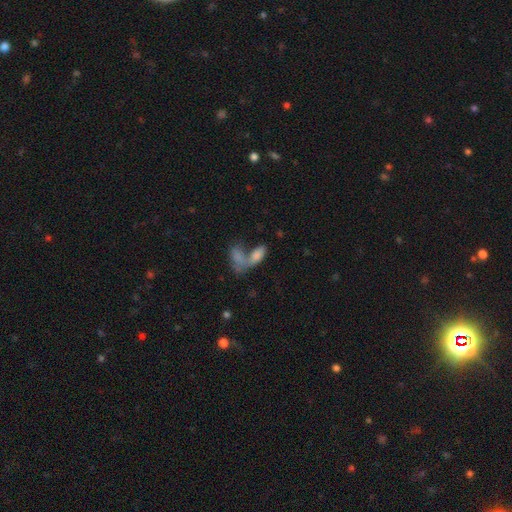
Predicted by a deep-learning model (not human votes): This appears to be a smooth galaxy with no disk features (73%) that is in between round and cigar-shaped (85%). Merging: merger (63%).